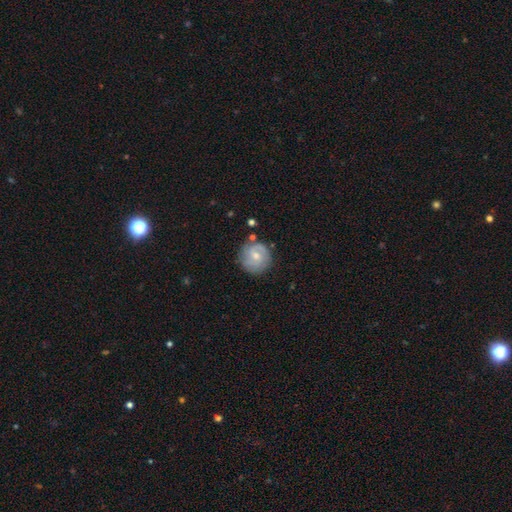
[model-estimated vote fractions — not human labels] featured or disk 61%, smooth 33%, star or artifact 7%. Down the decision tree: edge-on disk — no (98%); bar — no (53%); spiral arms — yes (89%); spiral arm count — 2 (49%); spiral winding — tight (51%); bulge size — moderate (50%); merging — none (77%).